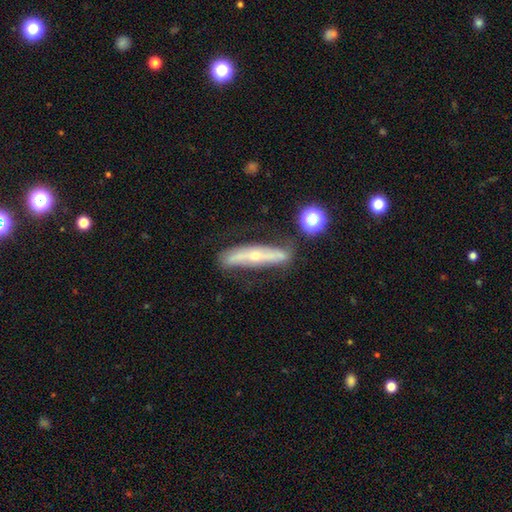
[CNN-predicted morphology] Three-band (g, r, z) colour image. It shows a featured or disk galaxy (69%) viewed edge-on (60%). Merging: none (67%).